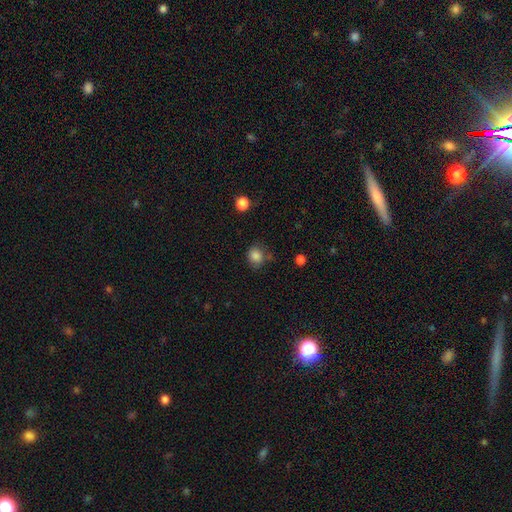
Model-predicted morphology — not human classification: Smooth or featured? Predicted: smooth (p=0.84). How rounded? Predicted: round (p=0.75). Merging? Predicted: none (p=0.66).